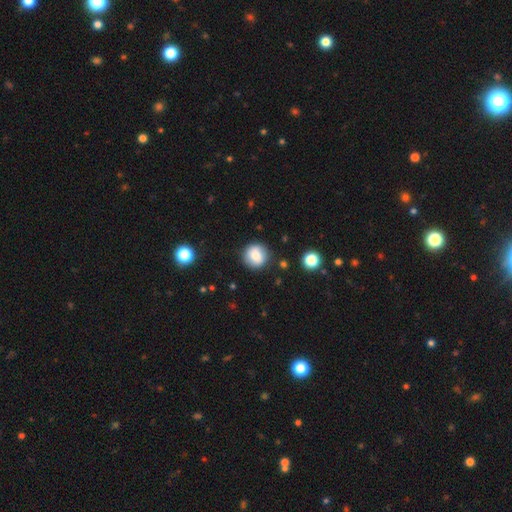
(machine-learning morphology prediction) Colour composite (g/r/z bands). It shows a smooth galaxy with no disk features (76%) that is round (94%). Merging: none (86%).